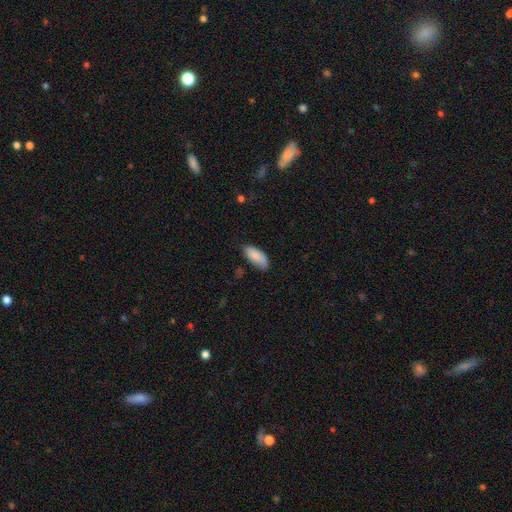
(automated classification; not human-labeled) A smooth galaxy with no disk features (85%) that is in between round and cigar-shaped (88%).

Vote fractions:
- Smooth or featured? smooth: 85% / featured or disk: 9% / star or artifact: 6%
- How rounded? in between: 88% / cigar-shaped: 10% / round: 2%
- Merging? none: 73% / minor disturbance: 22% / major disturbance: 4% / merger: 2%